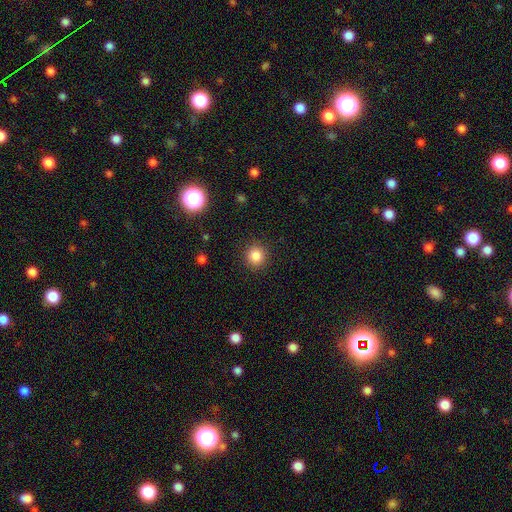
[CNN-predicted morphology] Smooth or featured?
  - smooth: 84% *
  - star or artifact: 11%
  - featured or disk: 4%
How rounded?
  - round: 92% *
  - in between: 7%
  - cigar-shaped: 1%
Merging?
  - none: 90% *
  - minor disturbance: 6%
  - major disturbance: 2%
  - merger: 1%